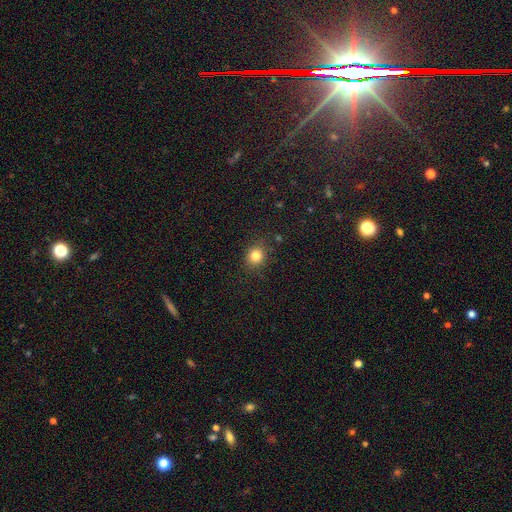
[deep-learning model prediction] The model was most divided on "how rounded": round: 78%, in between: 21%, cigar-shaped: 1%. More confident: merging — none (85%); smooth or featured — smooth (82%).